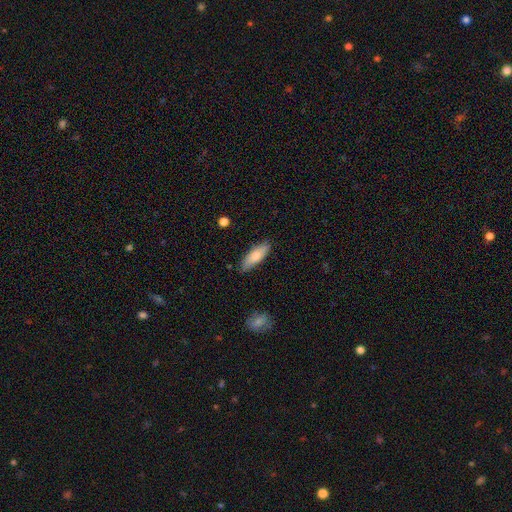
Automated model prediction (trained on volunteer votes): Smooth or featured? Predicted: smooth (p=0.75). How rounded? Predicted: in between (p=0.60). Merging? Predicted: none (p=0.83).